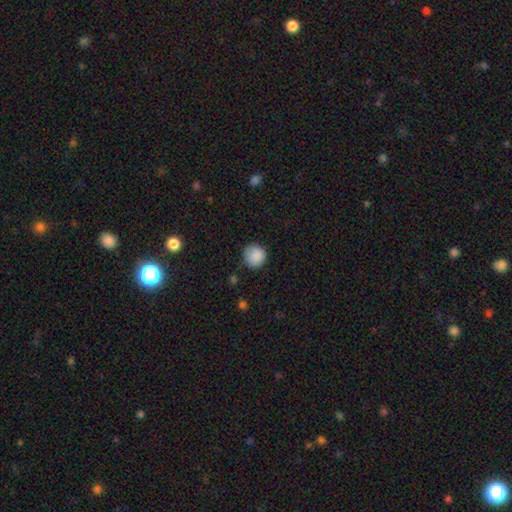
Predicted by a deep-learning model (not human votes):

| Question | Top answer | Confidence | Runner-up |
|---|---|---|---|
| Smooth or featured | smooth | 88% | star or artifact (8%) |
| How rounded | round | 93% | in between (7%) |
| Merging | none | 83% | minor disturbance (13%) |